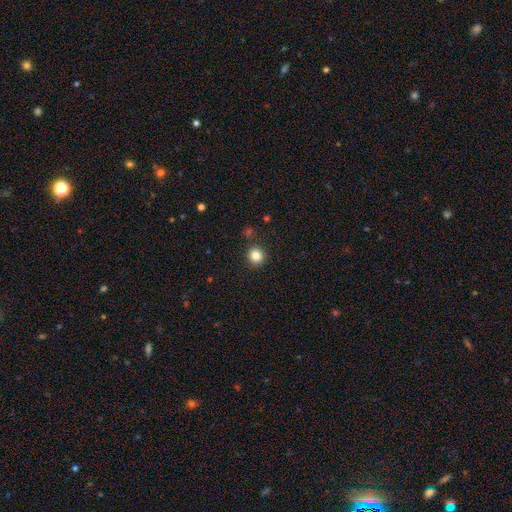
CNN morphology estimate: This appears to be a smooth galaxy with no disk features (83%) that is round (91%). Merging: none (88%).